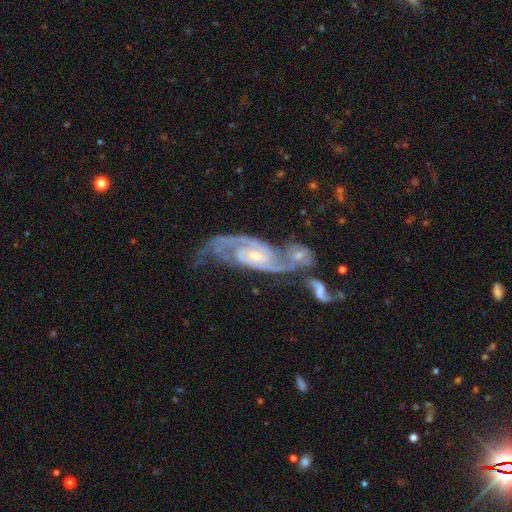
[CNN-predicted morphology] featured or disk 92%, star or artifact 5%, smooth 4%. Down the decision tree: edge-on disk — no (95%); bar — no (52%); spiral arms — yes (98%); spiral arm count — 2 (84%); spiral winding — medium (49%); bulge size — small (59%); merging — merger (39%).